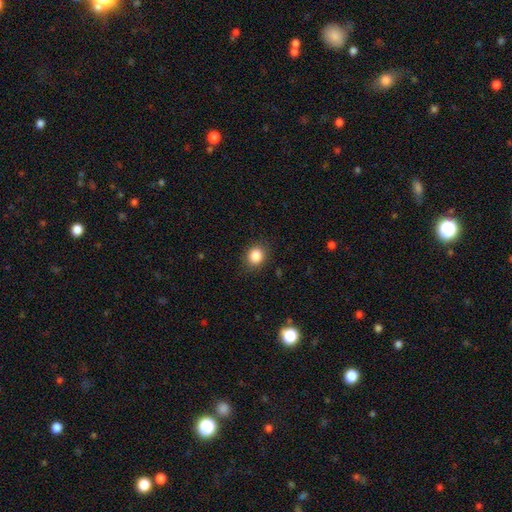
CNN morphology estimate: This is clearly a smooth galaxy (86%). How rounded: likely round (72%). Merging: clearly none (87%).